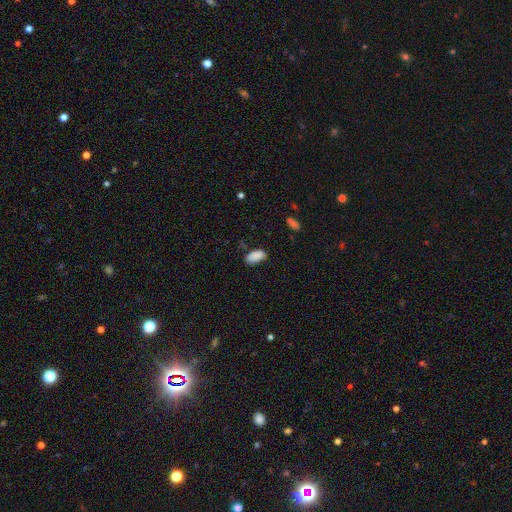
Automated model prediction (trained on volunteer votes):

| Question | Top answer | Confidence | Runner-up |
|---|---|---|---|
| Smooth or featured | smooth | 88% | star or artifact (8%) |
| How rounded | in between | 95% | round (3%) |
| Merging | none | 72% | minor disturbance (21%) |